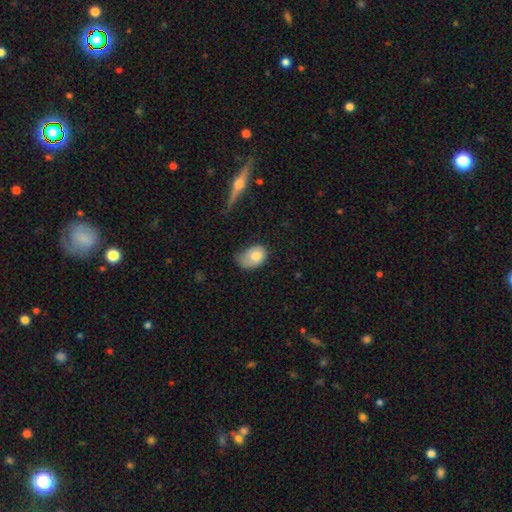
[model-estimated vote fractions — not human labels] The model was most divided on "merging": minor disturbance: 42%, none: 32%, major disturbance: 23%, merger: 3%. More confident: how rounded — in between (79%); smooth or featured — smooth (73%).